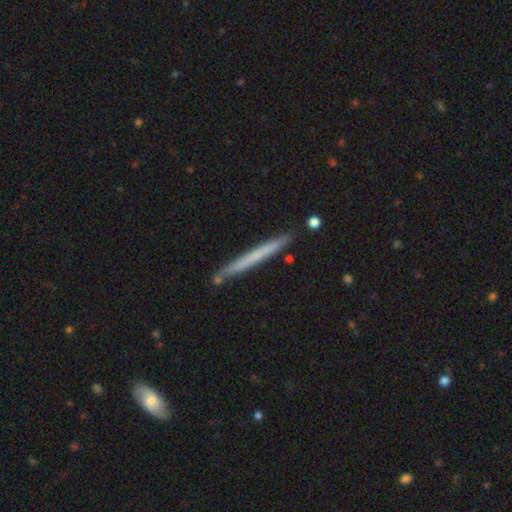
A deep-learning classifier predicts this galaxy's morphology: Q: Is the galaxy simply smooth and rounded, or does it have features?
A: smooth — 54%.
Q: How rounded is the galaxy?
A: cigar-shaped — 97%.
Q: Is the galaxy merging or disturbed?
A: none — 87%.